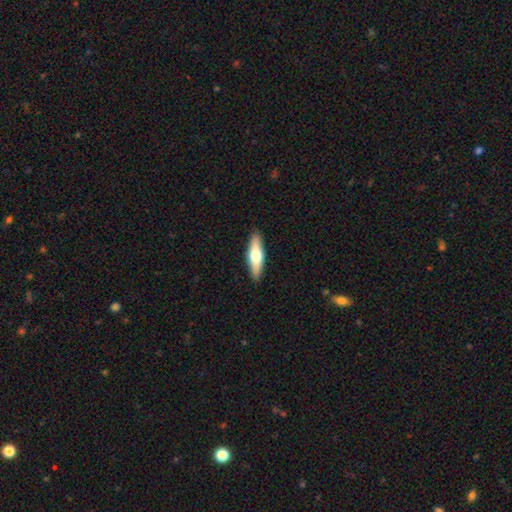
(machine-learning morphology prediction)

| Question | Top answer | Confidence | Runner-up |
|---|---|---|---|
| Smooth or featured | smooth | 53% | featured or disk (42%) |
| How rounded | cigar-shaped | 58% | in between (40%) |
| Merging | none | 90% | minor disturbance (7%) |